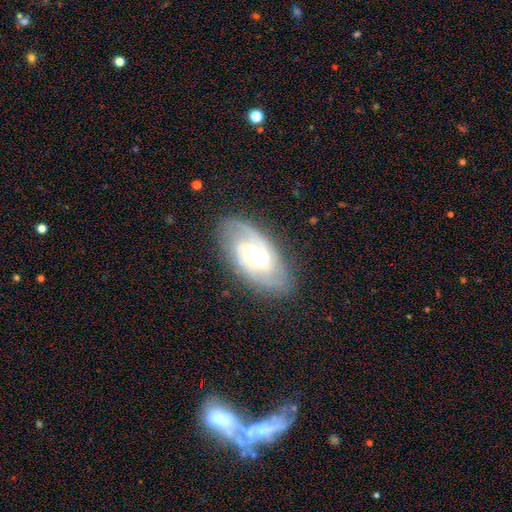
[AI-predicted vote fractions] Morphology: type=featured or disk (78%); edge-on=no (94%); bar=weak (47%); spiral arms=yes (92%); winding=tight (43%); arm count=2 (56%); bulge=moderate (40%); merging=none (75%).